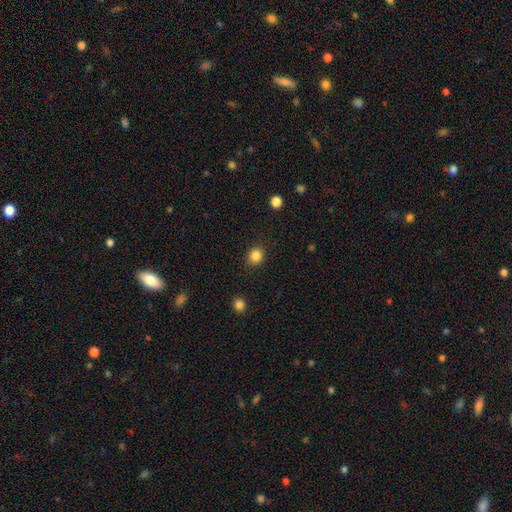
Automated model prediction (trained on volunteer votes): Smooth or featured? Predicted: smooth (p=0.86). How rounded? Predicted: round (p=0.71). Merging? Predicted: none (p=0.87).